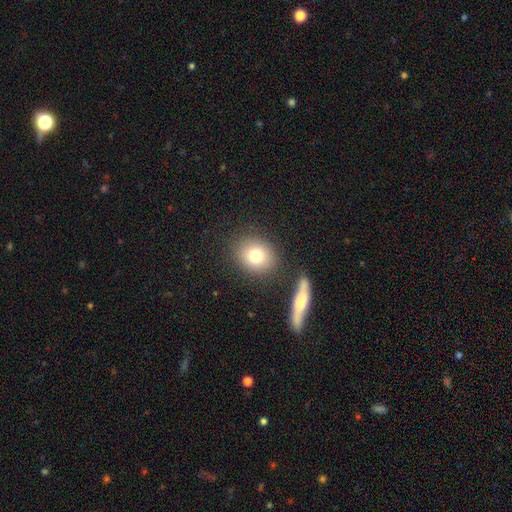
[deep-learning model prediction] The model was most divided on "how rounded": round: 69%, in between: 29%, cigar-shaped: 1%. More confident: merging — none (80%); smooth or featured — smooth (78%).